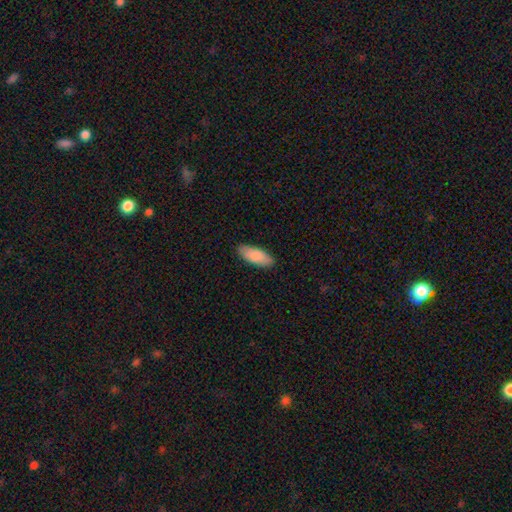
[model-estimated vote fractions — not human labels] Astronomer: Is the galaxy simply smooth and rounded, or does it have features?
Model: smooth — 86%.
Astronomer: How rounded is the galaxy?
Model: in between — 79%.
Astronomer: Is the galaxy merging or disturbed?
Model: none — 87%.